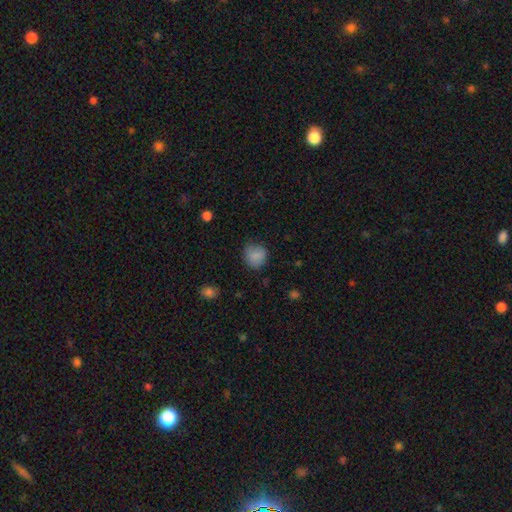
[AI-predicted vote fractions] A smooth galaxy with no disk features (83%) that is round (82%).

Vote fractions:
- Smooth or featured? smooth: 83% / star or artifact: 9% / featured or disk: 7%
- How rounded? round: 82% / in between: 17% / cigar-shaped: 1%
- Merging? none: 75% / minor disturbance: 19% / major disturbance: 5% / merger: 1%